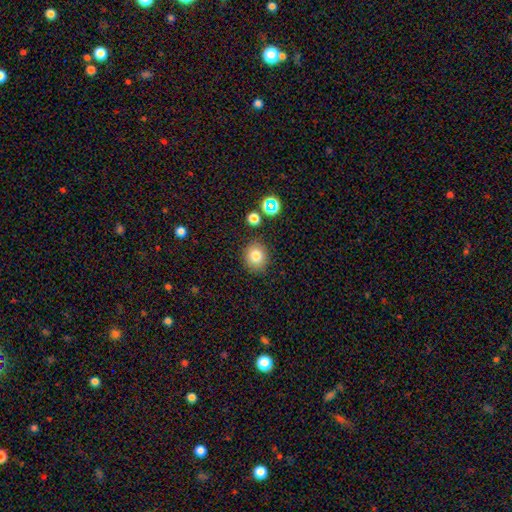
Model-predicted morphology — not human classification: Smooth or featured?
  - smooth: 79% *
  - star or artifact: 12%
  - featured or disk: 8%
How rounded?
  - round: 75% *
  - in between: 24%
  - cigar-shaped: 1%
Merging?
  - none: 83% *
  - minor disturbance: 10%
  - merger: 4%
  - major disturbance: 3%